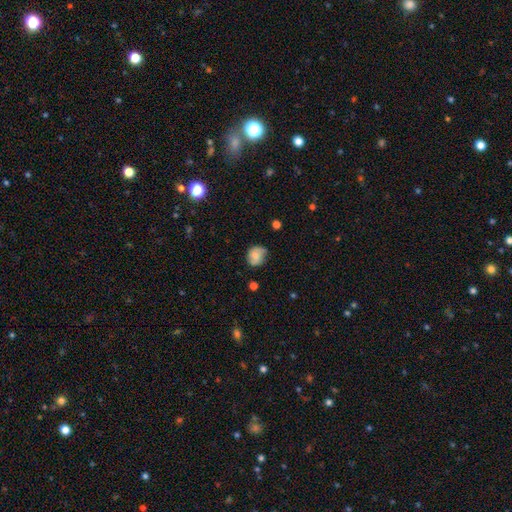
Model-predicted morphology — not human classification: Smooth or featured: smooth — 68% (featured or disk — 23%)
How rounded: round — 66% (in between — 33%)
Merging: none — 61% (minor disturbance — 28%)